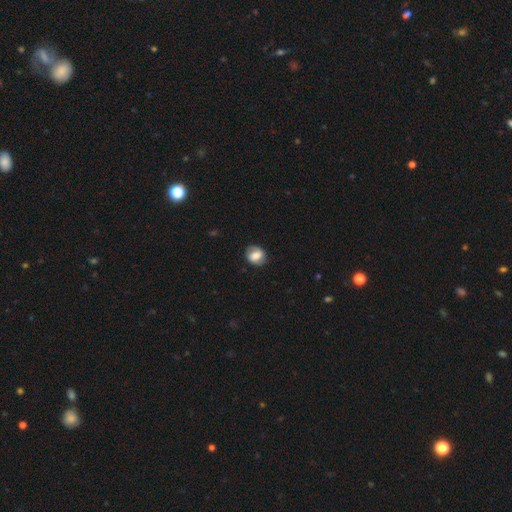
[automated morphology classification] Overall: smooth (55%; featured or disk 37%). How rounded: round (56%; in between 42%). Merging: none (78%).